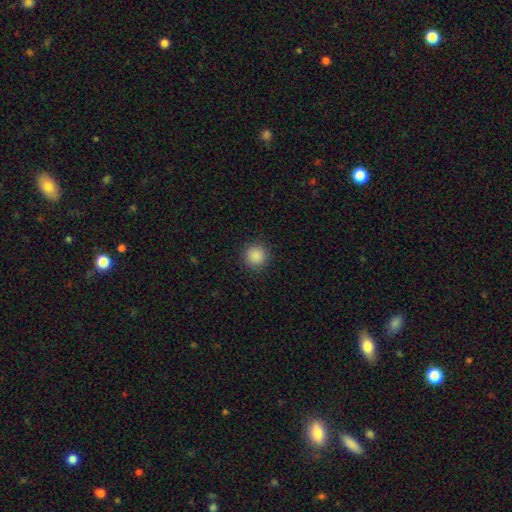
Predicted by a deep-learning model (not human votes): smooth 88%, star or artifact 9%, featured or disk 3%. Down the decision tree: how rounded — round (94%); merging — none (91%).